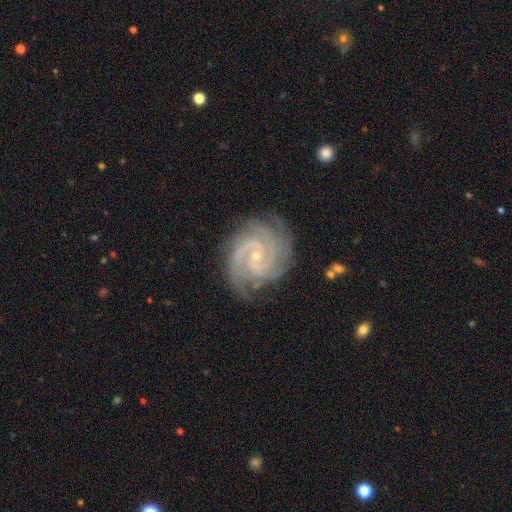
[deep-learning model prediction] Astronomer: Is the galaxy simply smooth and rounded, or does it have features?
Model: featured or disk — 91%.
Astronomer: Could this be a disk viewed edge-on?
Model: no — 98%.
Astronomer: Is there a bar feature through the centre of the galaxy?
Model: no — 49% (runner-up: weak, 40%).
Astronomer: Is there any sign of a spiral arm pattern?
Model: yes — 98%.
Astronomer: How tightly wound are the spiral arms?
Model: tight — 60%.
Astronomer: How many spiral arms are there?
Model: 2 — 39% (runner-up: 3, 25%).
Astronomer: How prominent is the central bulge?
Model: small — 81%.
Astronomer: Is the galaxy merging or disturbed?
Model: none — 78%.